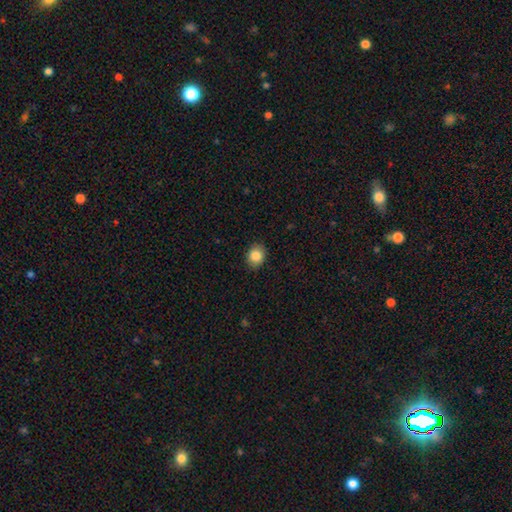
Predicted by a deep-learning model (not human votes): A smooth galaxy with no disk features (86%) that is round (54%). Merging: none (88%).